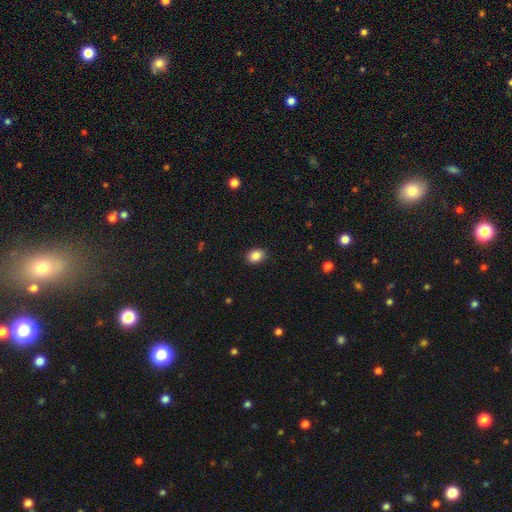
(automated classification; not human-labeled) smooth 87%, star or artifact 8%, featured or disk 4%. Down the decision tree: how rounded — in between (63%); merging — none (89%).